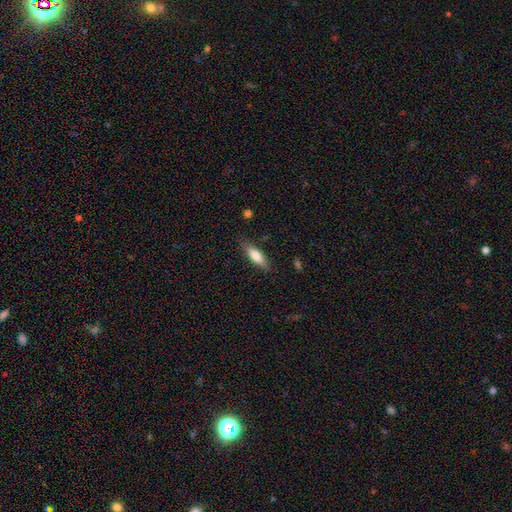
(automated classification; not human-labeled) A smooth galaxy with no disk features (74%) that is cigar-shaped (50%).

Vote fractions:
- Smooth or featured? smooth: 74% / featured or disk: 20% / star or artifact: 6%
- How rounded? cigar-shaped: 50% / in between: 48% / round: 2%
- Merging? none: 82% / minor disturbance: 13% / major disturbance: 3% / merger: 1%